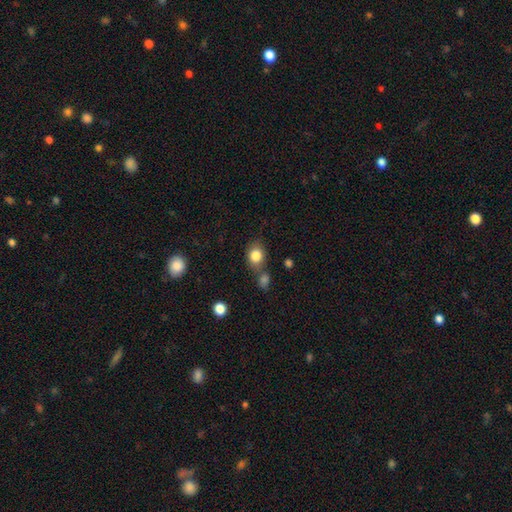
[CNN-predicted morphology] smooth-or-featured: smooth: 83% | star or artifact: 10% | featured or disk: 7%
  how-rounded: round: 59% | in between: 40% | cigar-shaped: 1%
  merging: none: 60% | merger: 19% | minor disturbance: 16% | major disturbance: 5%